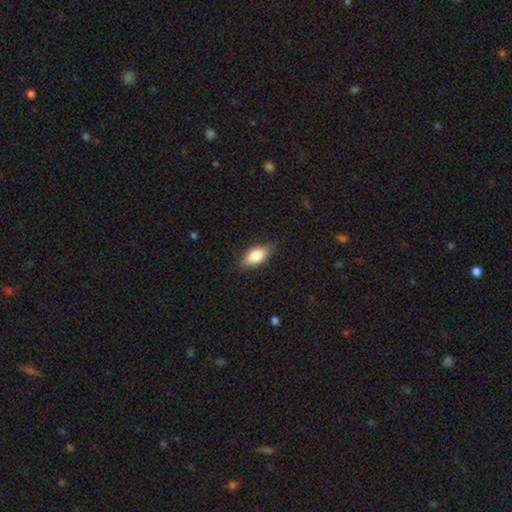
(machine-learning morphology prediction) Q: Smooth or featured?
A: smooth (80%); runner-up: featured or disk (13%)
Q: How rounded?
A: in between (87%); runner-up: cigar-shaped (9%)
Q: Merging?
A: none (82%); runner-up: minor disturbance (14%)